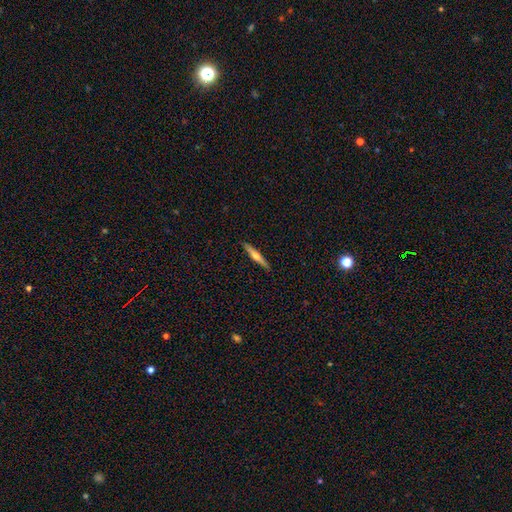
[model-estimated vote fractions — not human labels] Morphology: type=featured or disk (53%); edge-on=yes (96%); edge-on bulge=rounded (84%); merging=none (90%).